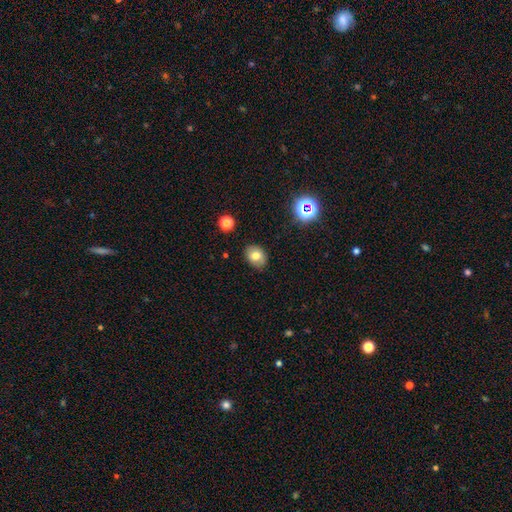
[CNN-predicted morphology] smooth 75%, featured or disk 13%, star or artifact 12%. Down the decision tree: how rounded — in between (61%); merging — none (84%).